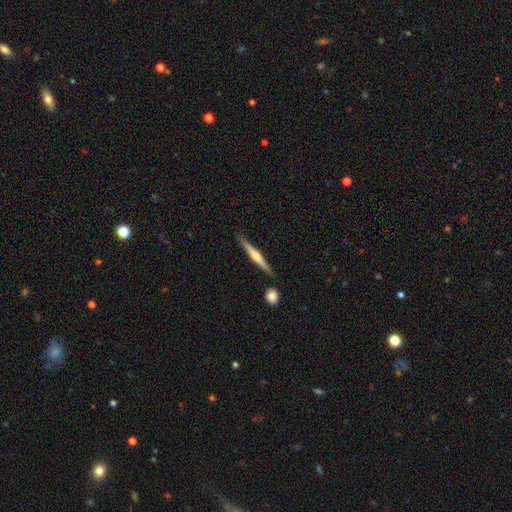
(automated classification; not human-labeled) Smooth or featured: featured or disk — 63% (smooth — 32%)
Edge-on disk: yes — 98% (no — 2%)
Edge-on bulge: rounded — 82% (none — 11%)
Merging: none — 85% (minor disturbance — 9%)